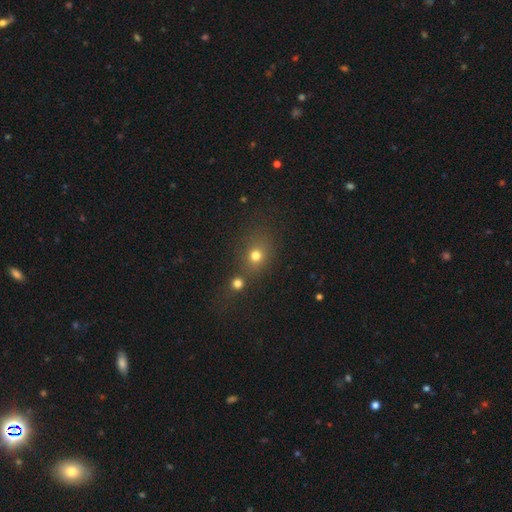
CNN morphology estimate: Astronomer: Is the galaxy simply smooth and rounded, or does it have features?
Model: smooth — 71%.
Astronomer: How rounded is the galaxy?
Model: round — 71%.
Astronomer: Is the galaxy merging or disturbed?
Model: none — 60%.